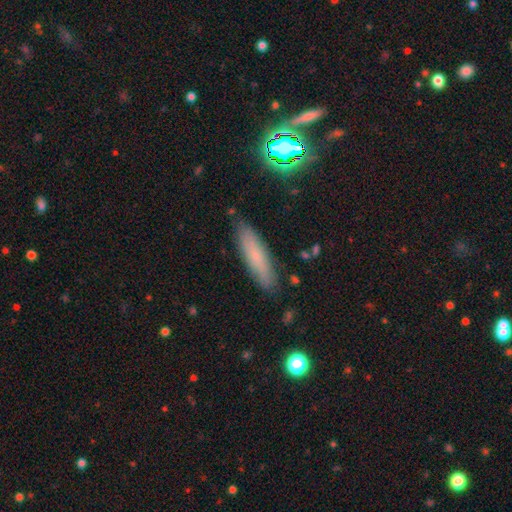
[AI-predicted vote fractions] Smooth or featured? Predicted: smooth (p=0.69). How rounded? Predicted: cigar-shaped (p=0.77). Merging? Predicted: none (p=0.86).